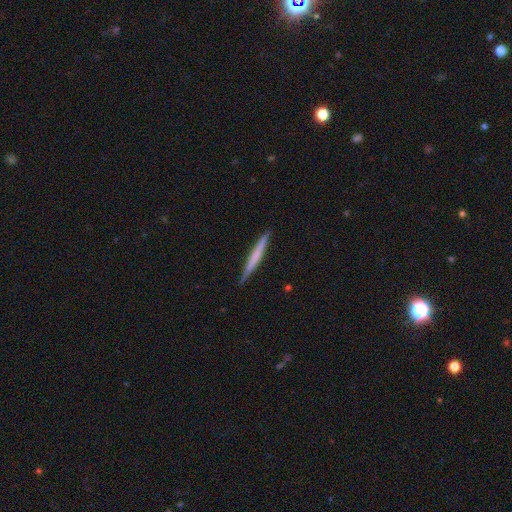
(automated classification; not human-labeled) This is possibly a smooth galaxy (53%). How rounded: clearly cigar-shaped (97%). Merging: clearly none (89%).